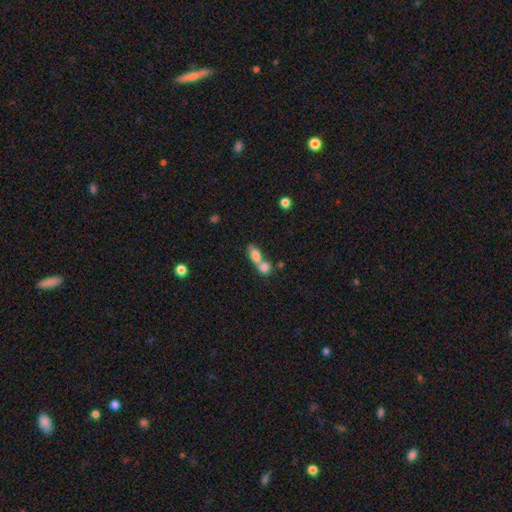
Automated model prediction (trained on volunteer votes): Smooth or featured?
  - smooth: 76% *
  - featured or disk: 15%
  - star or artifact: 9%
How rounded?
  - in between: 71% *
  - round: 22%
  - cigar-shaped: 7%
Merging?
  - merger: 71% *
  - none: 20%
  - minor disturbance: 6%
  - major disturbance: 4%